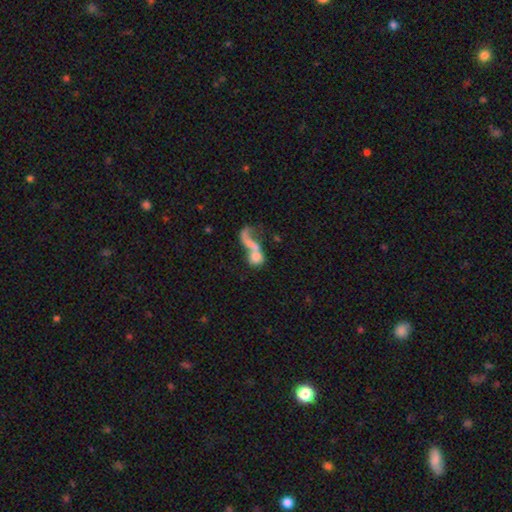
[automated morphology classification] Smooth or featured: smooth — 50% (featured or disk — 38%)
How rounded: in between — 47% (round — 41%)
Merging: merger — 57% (major disturbance — 21%)